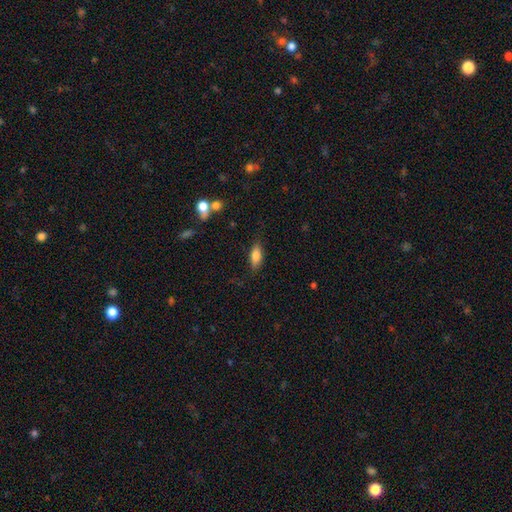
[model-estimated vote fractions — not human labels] This is likely a smooth galaxy (79%). How rounded: likely in between (76%). Merging: clearly none (81%).